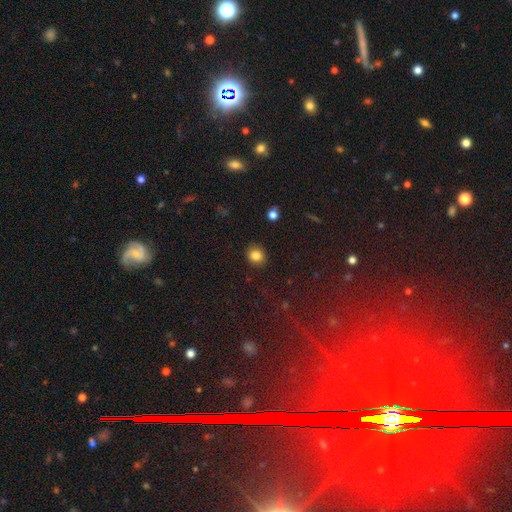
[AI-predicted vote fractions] Morphology: type=smooth (84%); roundness=round (77%); merging=none (89%).